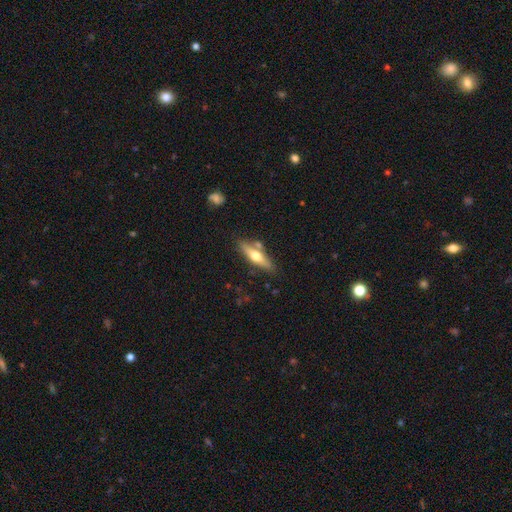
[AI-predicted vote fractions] This is possibly a featured or disk galaxy (52%). It is clearly viewed edge-on (91%). Merging: likely none (75%).